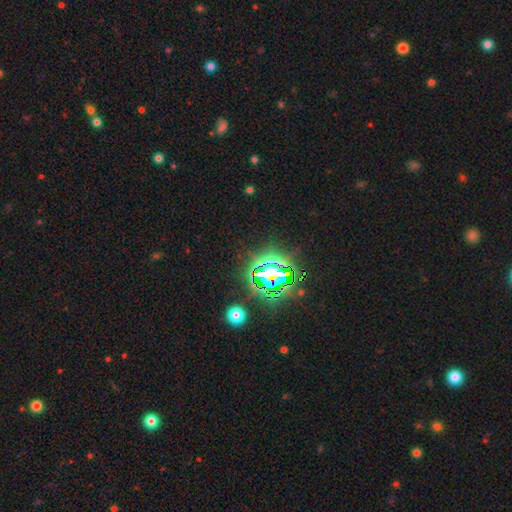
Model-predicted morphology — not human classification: type=star or artifact (80%).